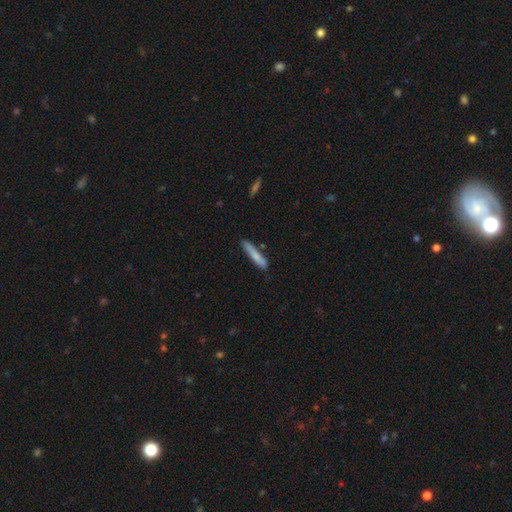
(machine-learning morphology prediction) smooth_or_featured: smooth (p=0.75) [alt: featured or disk p=0.19]
how_rounded: cigar-shaped (p=0.93) [alt: in between p=0.06]
merging: none (p=0.78) [alt: minor disturbance p=0.16]